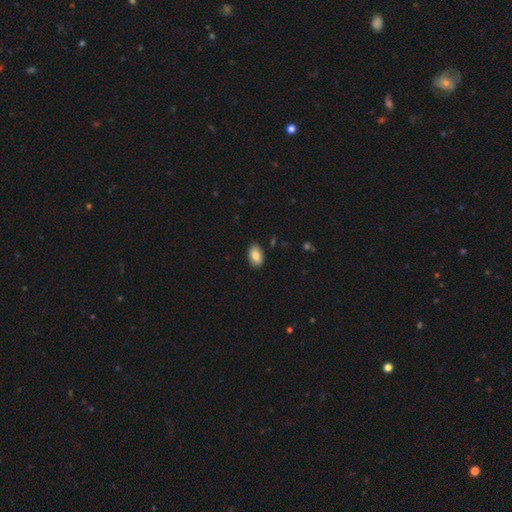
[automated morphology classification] A smooth galaxy with no disk features (82%) that is in between round and cigar-shaped (91%).

Vote fractions:
- Smooth or featured? smooth: 82% / featured or disk: 11% / star or artifact: 7%
- How rounded? in between: 91% / round: 8% / cigar-shaped: 2%
- Merging? none: 88% / minor disturbance: 9% / major disturbance: 2% / merger: 1%